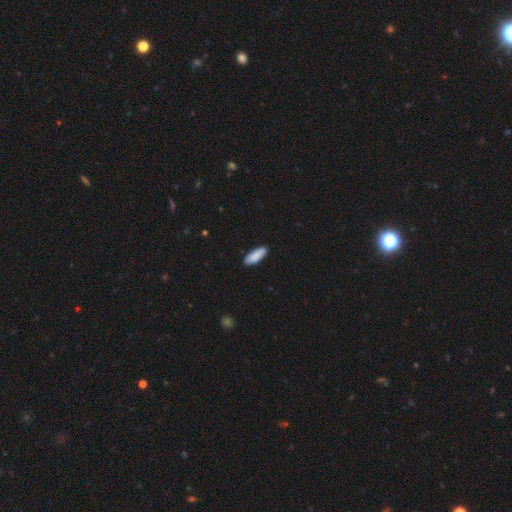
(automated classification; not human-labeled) The model was most divided on "how rounded": in between: 64%, cigar-shaped: 35%, round: 2%. More confident: merging — none (89%); smooth or featured — smooth (87%).